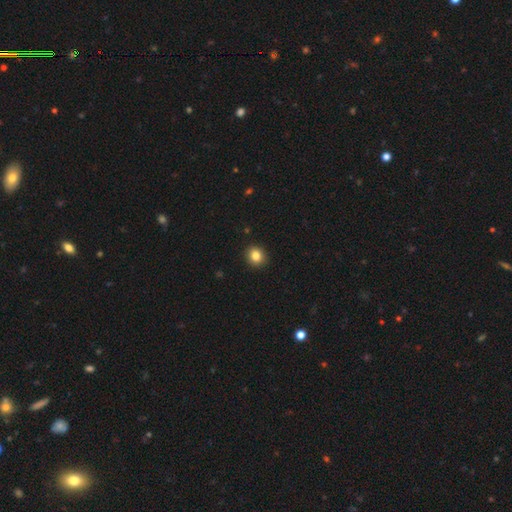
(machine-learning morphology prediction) Overall: smooth (84%). How rounded: round (78%). Merging: none (91%).